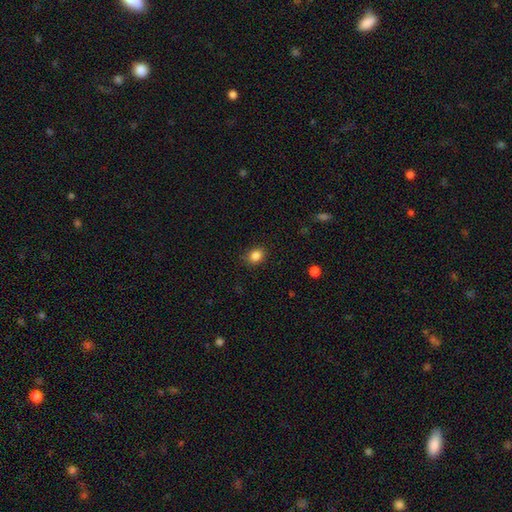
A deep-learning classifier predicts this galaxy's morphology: Smooth or featured? smooth (85%)
How rounded? round (51%)
Merging? none (86%)